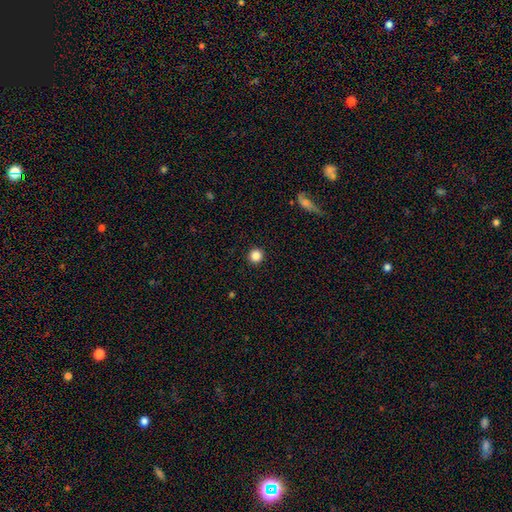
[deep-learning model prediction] Smooth or featured? smooth (86%)
How rounded? round (95%)
Merging? none (93%)